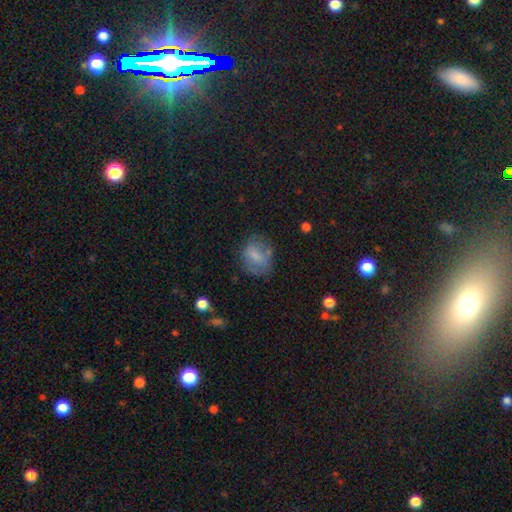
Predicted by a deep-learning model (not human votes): smooth-or-featured: smooth: 69% | featured or disk: 22% | star or artifact: 9%
  how-rounded: in between: 52% | round: 47% | cigar-shaped: 2%
  merging: none: 59% | minor disturbance: 24% | major disturbance: 13% | merger: 4%